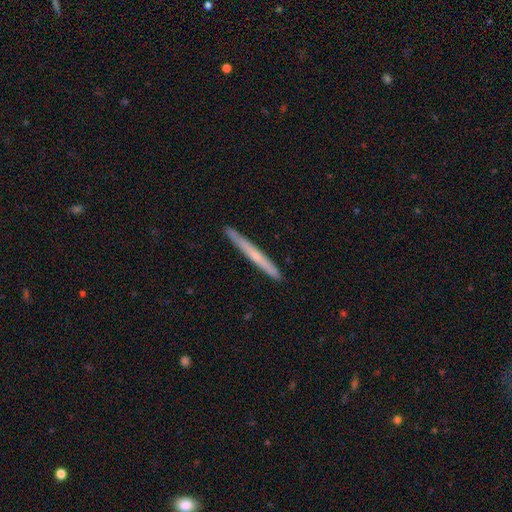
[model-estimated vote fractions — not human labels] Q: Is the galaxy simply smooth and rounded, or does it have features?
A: smooth — 51%.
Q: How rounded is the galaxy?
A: cigar-shaped — 97%.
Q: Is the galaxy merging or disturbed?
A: none — 91%.